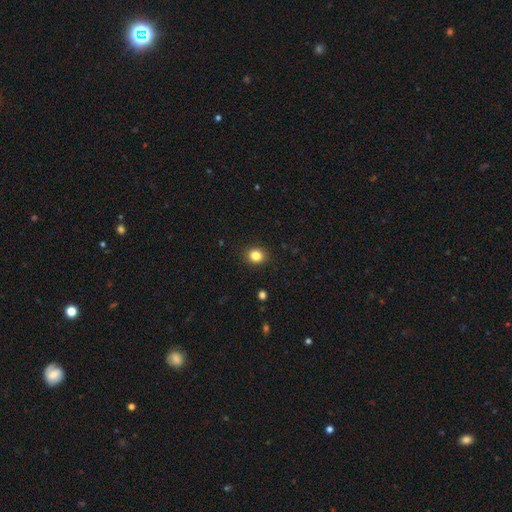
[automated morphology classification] smooth-or-featured: smooth: 84% | star or artifact: 11% | featured or disk: 5%
  how-rounded: round: 72% | in between: 27% | cigar-shaped: 1%
  merging: none: 91% | minor disturbance: 6% | major disturbance: 2% | merger: 1%